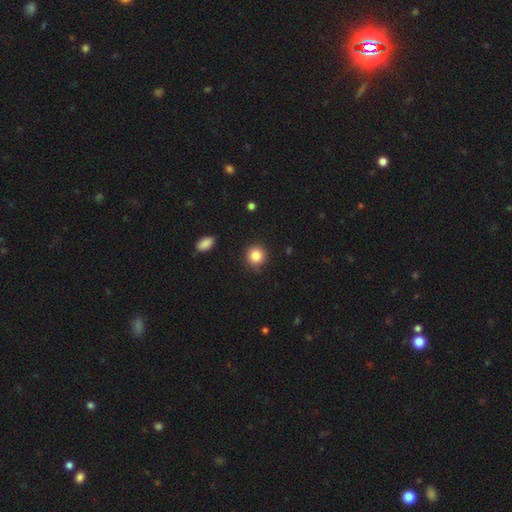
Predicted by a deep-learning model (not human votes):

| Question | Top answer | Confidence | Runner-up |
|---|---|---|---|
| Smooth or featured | smooth | 85% | star or artifact (10%) |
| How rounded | round | 91% | in between (8%) |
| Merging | none | 89% | minor disturbance (7%) |